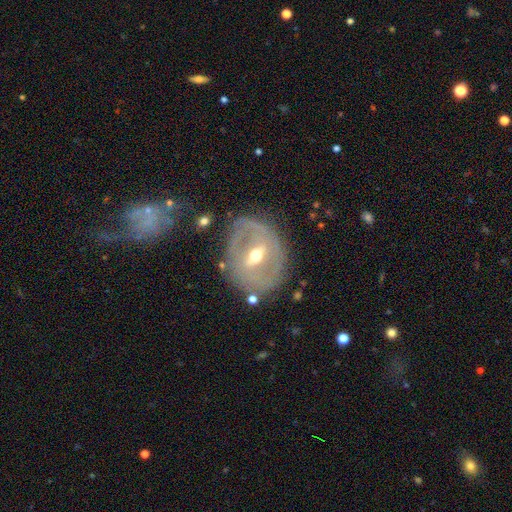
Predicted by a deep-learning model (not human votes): Morphology: type=featured or disk (76%); edge-on=no (91%); bar=strong (44%); spiral arms=no (51%); bulge=moderate (65%); merging=none (74%).